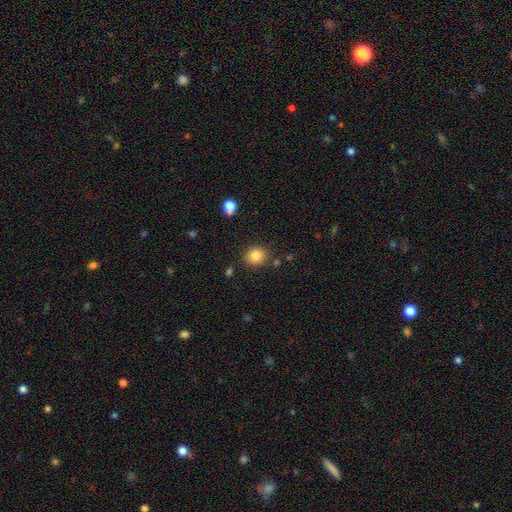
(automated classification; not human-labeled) The model was most divided on "how rounded": round: 77%, in between: 22%, cigar-shaped: 1%. More confident: merging — none (85%); smooth or featured — smooth (84%).